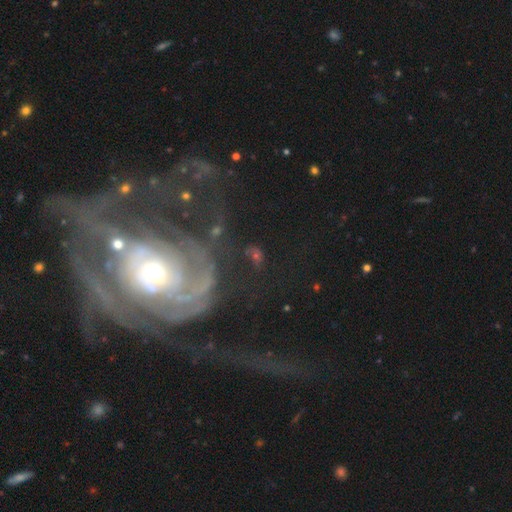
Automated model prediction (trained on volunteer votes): A featured or disk galaxy (72%) with no bar (58%), 2 (32%) tight (51%) spiral arms (84%) and a moderate central bulge (48%).

Vote fractions:
- Smooth or featured? featured or disk: 72% / star or artifact: 14% / smooth: 14%
- Edge-on disk? no: 95% / yes: 5%
- Bar? no: 58% / weak: 25% / strong: 16%
- Spiral arms? yes: 84% / no: 16%
- Spiral winding? tight: 51% / medium: 32% / loose: 17%
- Spiral arm count? 2: 32% / can't tell: 26% / 3: 15% / 1: 9% / 4: 9% / more than 4: 9%
- Bulge size? moderate: 48% / small: 41% / large: 6% / none: 3% / dominant: 2%
- Merging? none: 57% / major disturbance: 22% / minor disturbance: 16% / merger: 6%